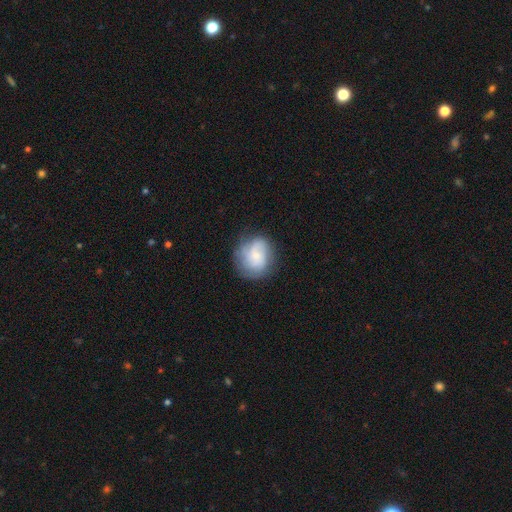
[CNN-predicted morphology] Smooth or featured? Predicted: featured or disk (p=0.50). Edge-on disk? Predicted: no (p=0.98). Merging? Predicted: none (p=0.69).